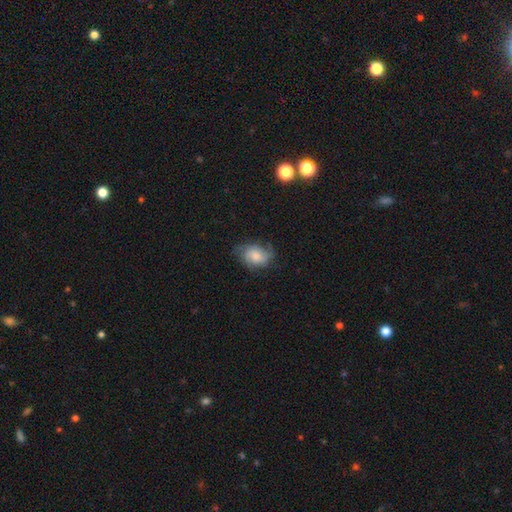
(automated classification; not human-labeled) Smooth or featured? featured or disk (54%)
Edge-on disk? no (97%)
Bar? no (73%)
Spiral arms? yes (88%)
Bulge size? moderate (43%)
Merging? none (62%)